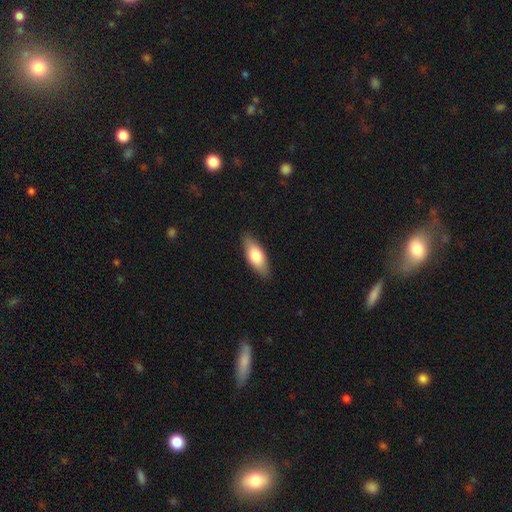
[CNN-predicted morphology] A smooth galaxy with no disk features (75%) that is in between round and cigar-shaped (75%). Merging: none (87%).